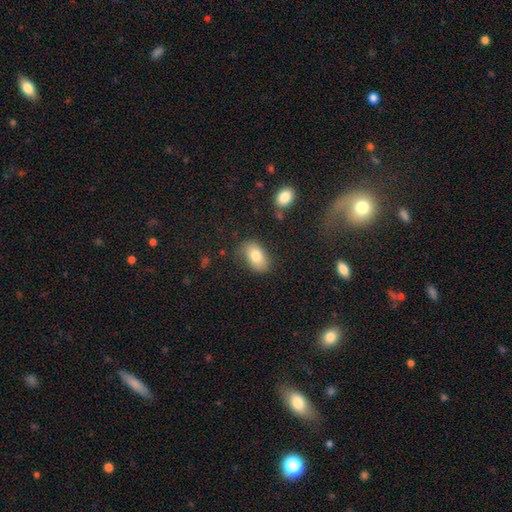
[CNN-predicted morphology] Overall: smooth (80%). How rounded: in between (90%). Merging: none (73%).